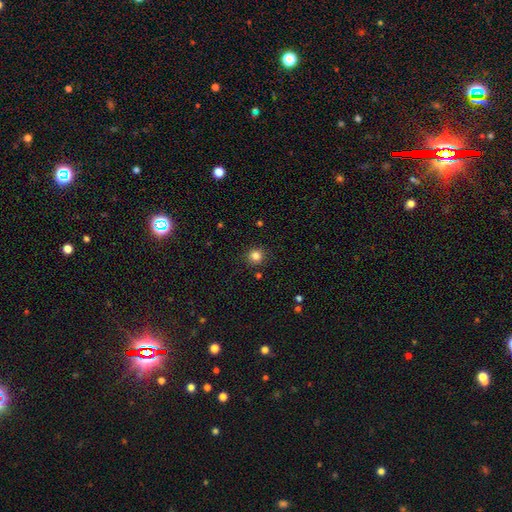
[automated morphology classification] This is clearly a smooth galaxy (82%). How rounded: clearly round (93%). Merging: clearly none (89%).